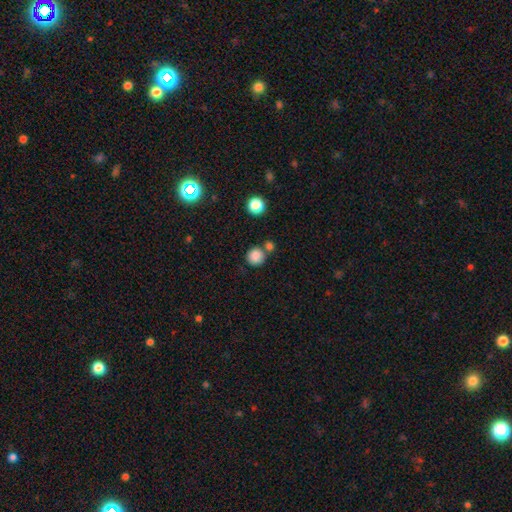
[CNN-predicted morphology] Q: Smooth or featured?
A: smooth (85%); runner-up: star or artifact (10%)
Q: How rounded?
A: round (91%); runner-up: in between (8%)
Q: Merging?
A: none (69%); runner-up: merger (18%)